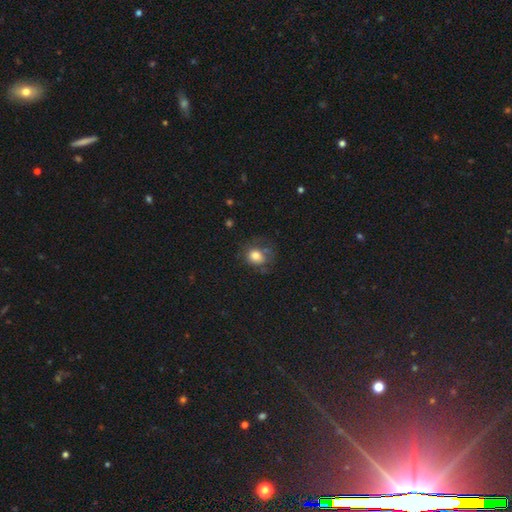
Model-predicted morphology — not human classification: Overall: smooth (75%). How rounded: round (64%; in between 35%). Merging: none (53%; minor disturbance 25%).